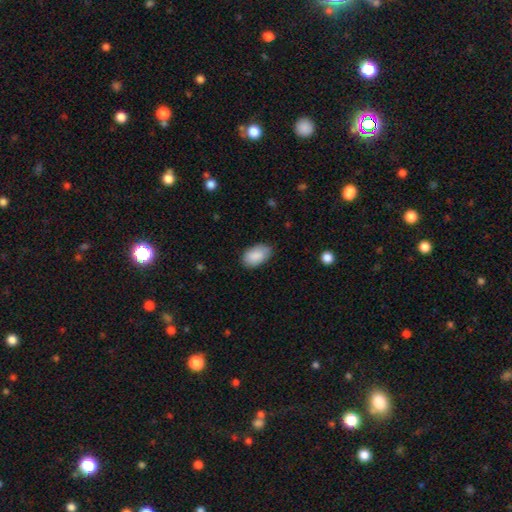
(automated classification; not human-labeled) Smooth or featured?
  - smooth: 88% *
  - featured or disk: 6%
  - star or artifact: 6%
How rounded?
  - in between: 93% *
  - round: 6%
  - cigar-shaped: 1%
Merging?
  - none: 78% *
  - minor disturbance: 18%
  - major disturbance: 3%
  - merger: 1%